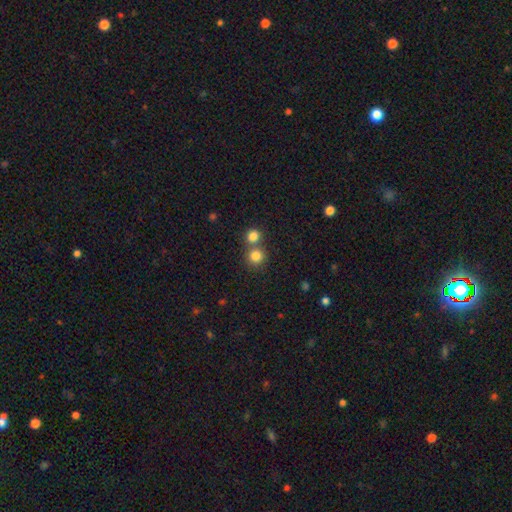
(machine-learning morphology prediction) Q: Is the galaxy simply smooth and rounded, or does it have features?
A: smooth — 81%.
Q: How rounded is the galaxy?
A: round — 90%.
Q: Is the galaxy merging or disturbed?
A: none — 58%.